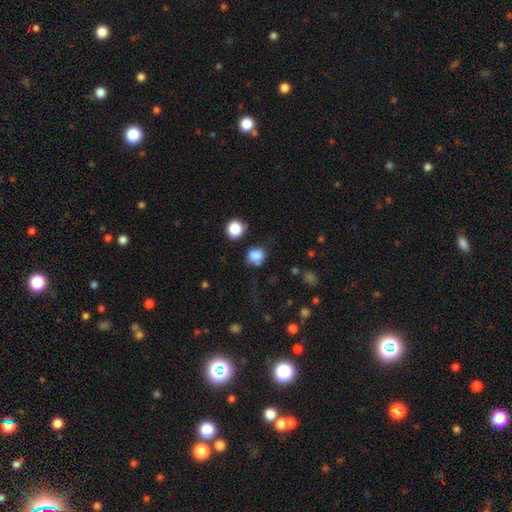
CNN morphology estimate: Overall: smooth (82%). How rounded: round (69%; in between 30%). Merging: none (65%).